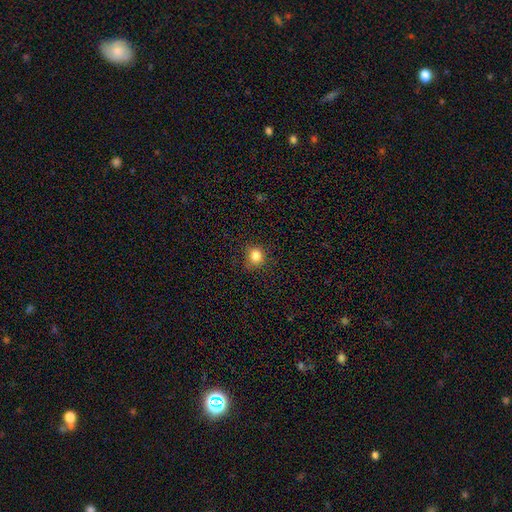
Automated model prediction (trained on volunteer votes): A smooth galaxy with no disk features (83%) that is round (83%).

Vote fractions:
- Smooth or featured? smooth: 83% / star or artifact: 12% / featured or disk: 5%
- How rounded? round: 83% / in between: 16% / cigar-shaped: 1%
- Merging? none: 84% / minor disturbance: 12% / major disturbance: 3% / merger: 1%